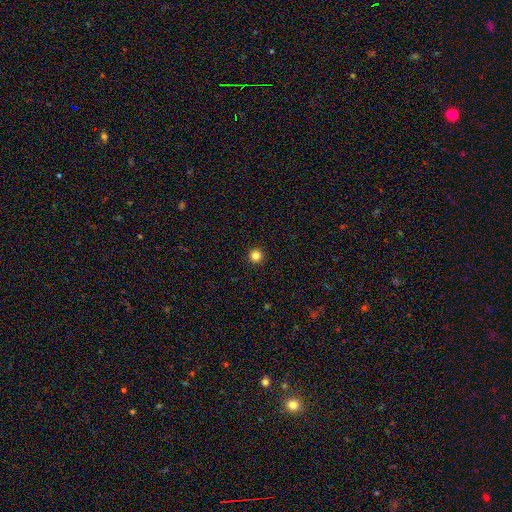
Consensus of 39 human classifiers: Morphology: type=smooth (92%); roundness=round (100%); merging=none (100%).